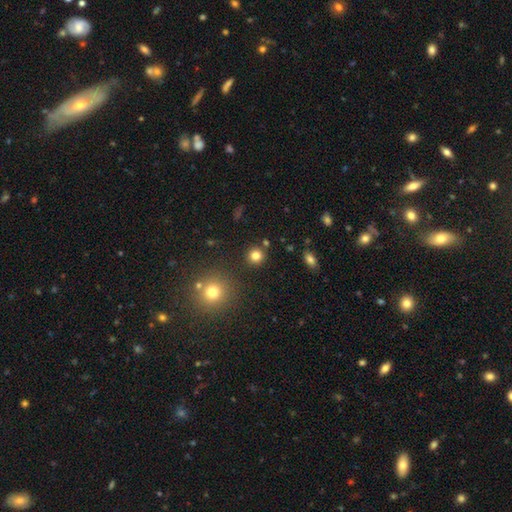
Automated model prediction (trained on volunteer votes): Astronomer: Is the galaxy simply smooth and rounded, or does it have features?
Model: smooth — 81%.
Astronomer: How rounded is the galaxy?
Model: round — 92%.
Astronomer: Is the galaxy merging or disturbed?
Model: none — 88%.